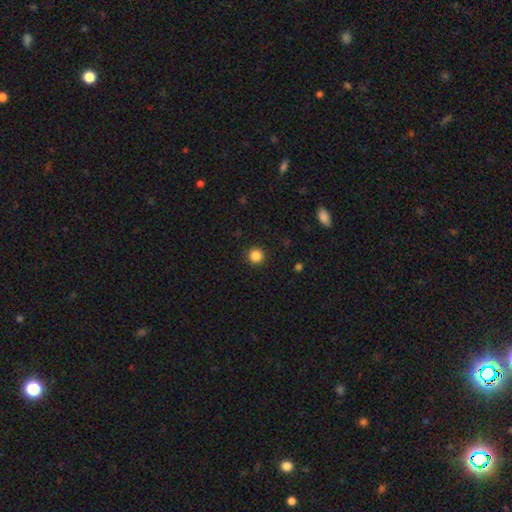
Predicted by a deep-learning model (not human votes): Smooth or featured: smooth — 86% (star or artifact — 11%)
How rounded: round — 95% (in between — 4%)
Merging: none — 92% (minor disturbance — 5%)